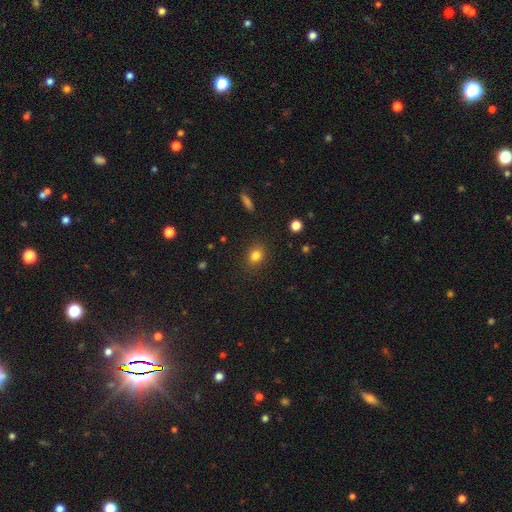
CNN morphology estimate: This is clearly a smooth galaxy (82%). How rounded: possibly round (57%). Merging: clearly none (87%).